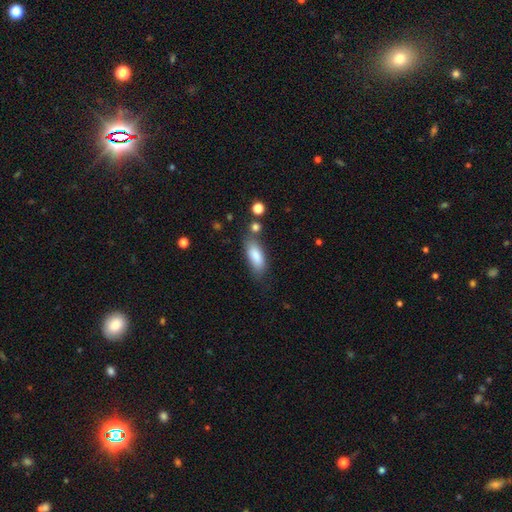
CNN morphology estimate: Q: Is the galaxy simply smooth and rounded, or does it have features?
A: smooth — 84%.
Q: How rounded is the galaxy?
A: in between — 76%.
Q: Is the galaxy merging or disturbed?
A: none — 64%.